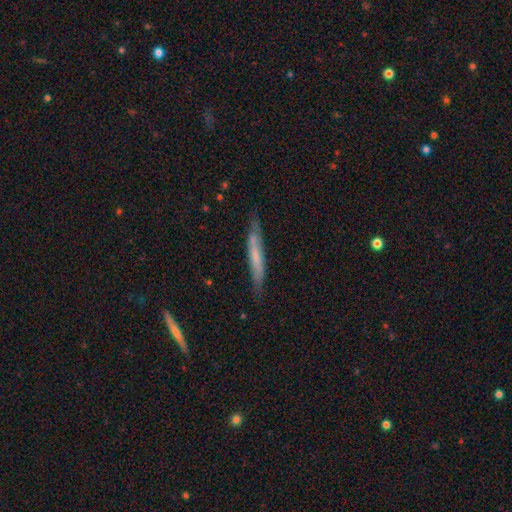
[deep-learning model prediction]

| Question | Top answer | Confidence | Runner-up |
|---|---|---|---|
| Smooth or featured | smooth | 49% | featured or disk (45%) |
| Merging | none | 75% | minor disturbance (19%) |